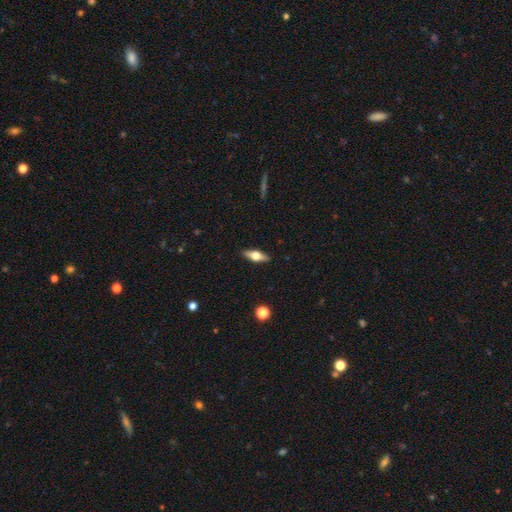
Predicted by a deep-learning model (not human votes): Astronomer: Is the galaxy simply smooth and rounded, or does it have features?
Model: featured or disk — 53% (runner-up: smooth, 40%).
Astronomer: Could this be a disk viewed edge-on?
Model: yes — 92%.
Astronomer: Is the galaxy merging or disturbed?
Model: none — 89%.